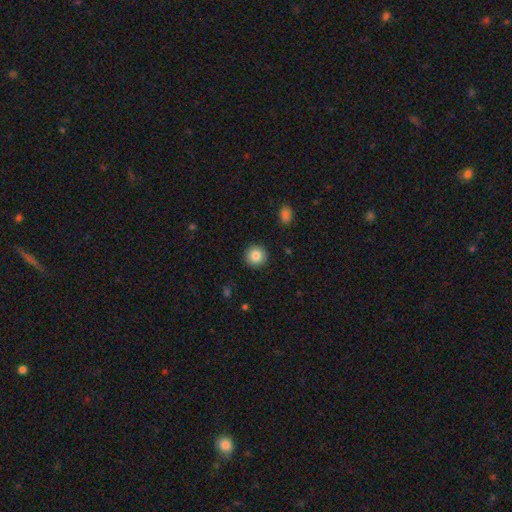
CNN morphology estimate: type=smooth (85%); roundness=round (95%); merging=none (92%).